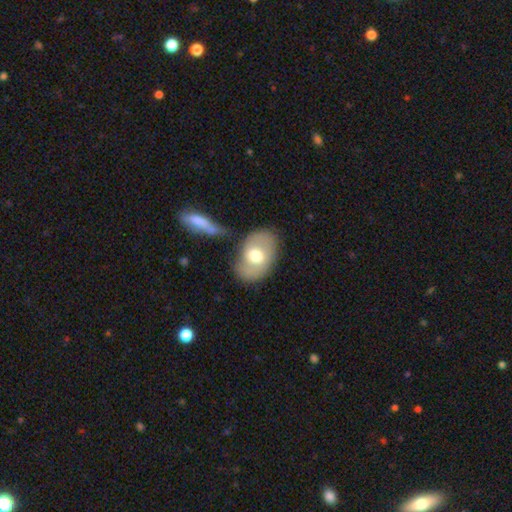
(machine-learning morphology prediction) Q: Smooth or featured?
A: smooth (59%); runner-up: featured or disk (35%)
Q: How rounded?
A: in between (83%); runner-up: round (16%)
Q: Merging?
A: none (62%); runner-up: minor disturbance (18%)